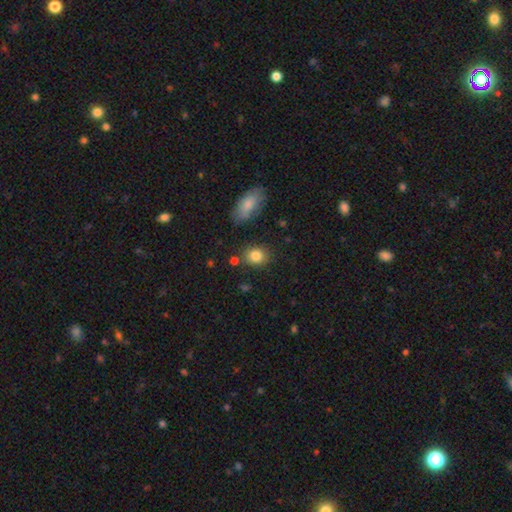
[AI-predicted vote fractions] Morphology: type=smooth (83%); roundness=round (49%, tied with in between); merging=none (80%).